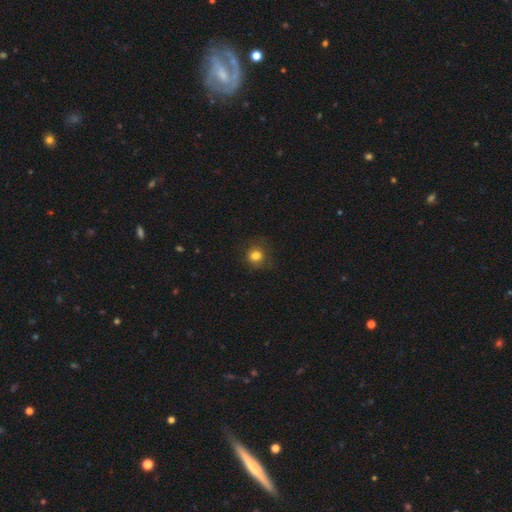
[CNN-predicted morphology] Smooth or featured? Predicted: smooth (p=0.80). How rounded? Predicted: round (p=0.81). Merging? Predicted: none (p=0.76).